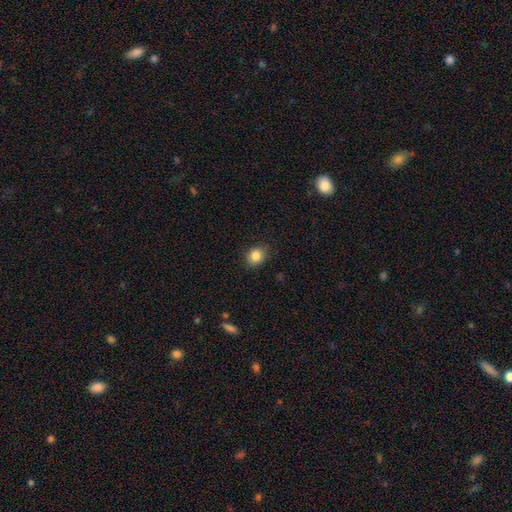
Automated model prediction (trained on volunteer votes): Overall: smooth (84%). How rounded: round (62%; in between 37%). Merging: none (86%).